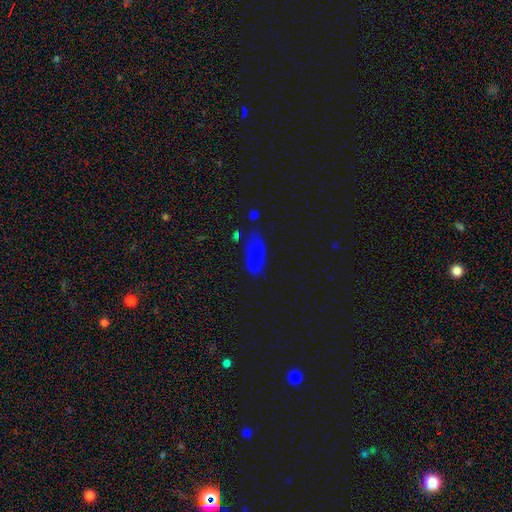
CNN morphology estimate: Overall: smooth (78%). How rounded: in between (83%). Merging: none (66%).